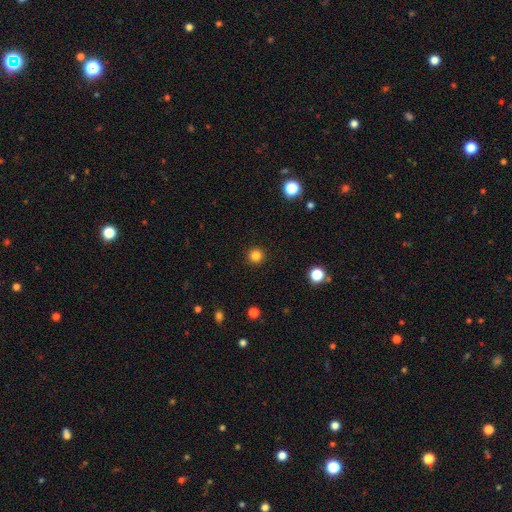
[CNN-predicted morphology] Smooth or featured? Predicted: smooth (p=0.83). How rounded? Predicted: round (p=0.96). Merging? Predicted: none (p=0.93).